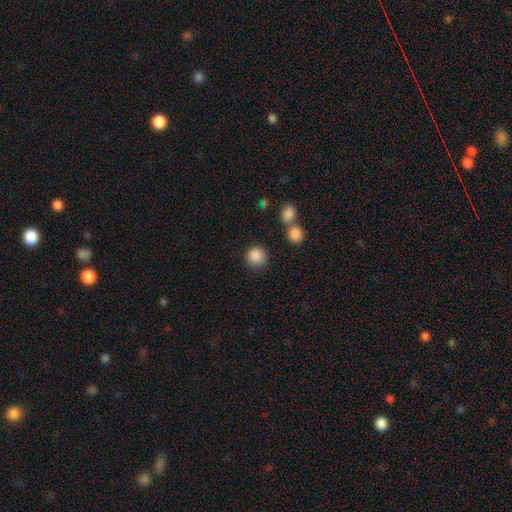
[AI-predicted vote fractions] Q: Smooth or featured?
A: smooth (87%); runner-up: star or artifact (10%)
Q: How rounded?
A: round (92%); runner-up: in between (7%)
Q: Merging?
A: none (82%); runner-up: minor disturbance (9%)